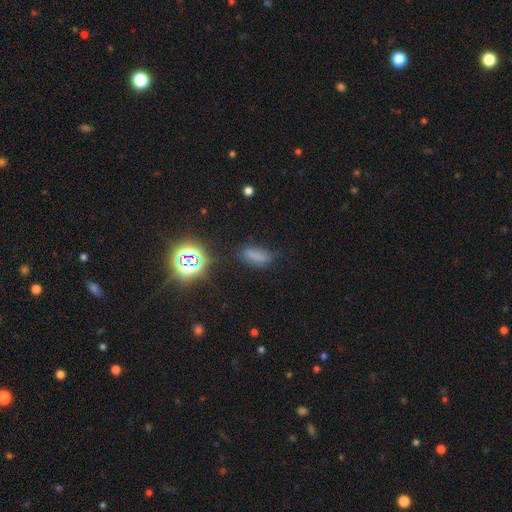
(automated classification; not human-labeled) The model was most divided on "how rounded": in between: 65%, cigar-shaped: 30%, round: 5%. More confident: smooth or featured — smooth (68%); merging — none (65%).